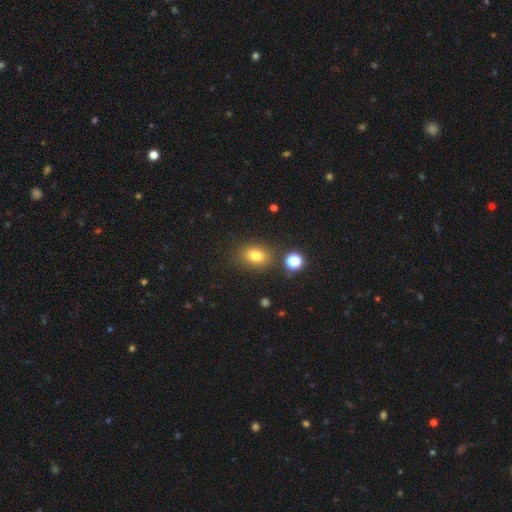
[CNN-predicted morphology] A smooth galaxy with no disk features (78%) that is in between round and cigar-shaped (67%). Merging: none (80%).